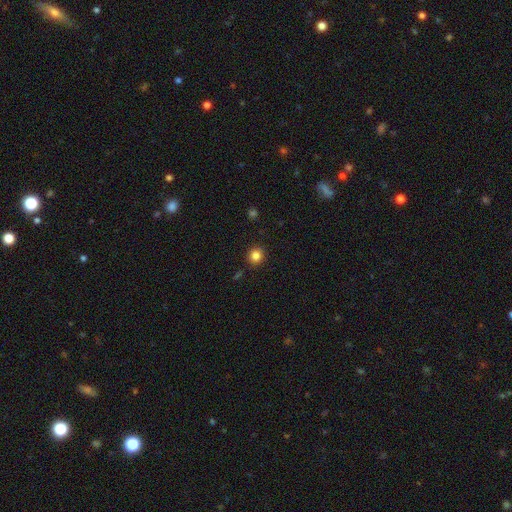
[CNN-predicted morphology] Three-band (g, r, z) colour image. It shows a smooth galaxy with no disk features (84%) that is round (90%). Merging: none (91%).